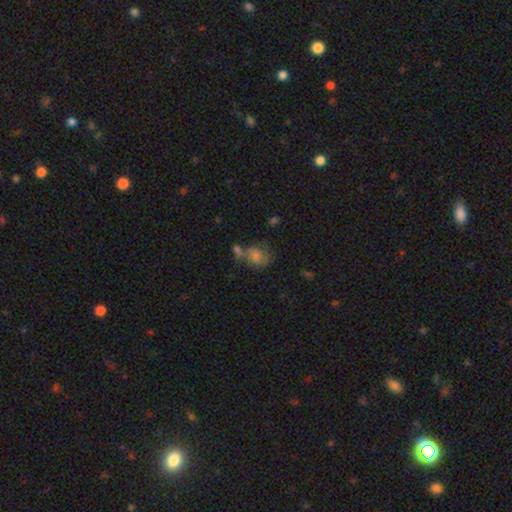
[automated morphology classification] This appears to be a smooth galaxy with no disk features (58%) that is in between round and cigar-shaped (50%). Merging: none (43%).